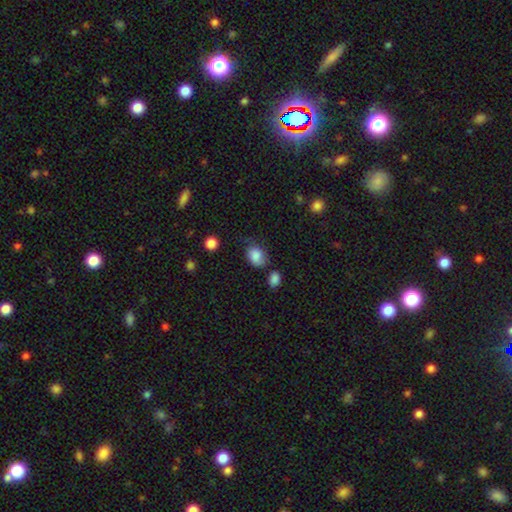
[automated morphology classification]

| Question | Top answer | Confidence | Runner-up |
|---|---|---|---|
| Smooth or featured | smooth | 85% | star or artifact (8%) |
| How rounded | in between | 67% | round (32%) |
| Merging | none | 56% | minor disturbance (29%) |